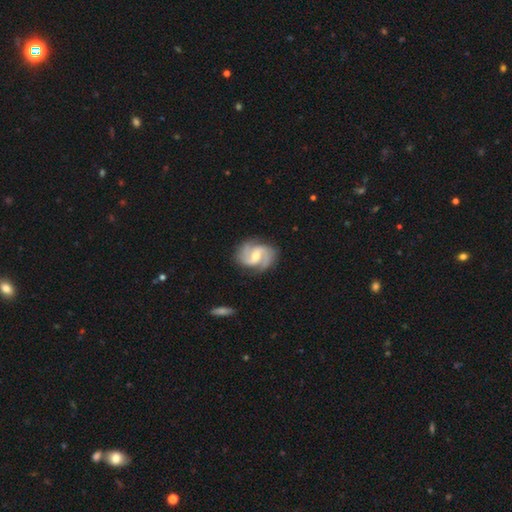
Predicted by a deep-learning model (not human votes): Smooth or featured?
  - featured or disk: 90% *
  - smooth: 6%
  - star or artifact: 4%
Edge-on disk?
  - no: 98% *
  - yes: 2%
Bar?
  - weak: 52% *
  - no: 25%
  - strong: 24%
Spiral arms?
  - yes: 98% *
  - no: 2%
Spiral winding?
  - medium: 55% *
  - tight: 24%
  - loose: 22%
Spiral arm count?
  - 2: 79% *
  - 3: 11%
  - can't tell: 4%
  - 1: 2%
  - 4: 2%
  - more than 4: 2%
Bulge size?
  - moderate: 61% *
  - small: 33%
  - large: 3%
  - none: 2%
  - dominant: 1%
Merging?
  - none: 79% *
  - minor disturbance: 15%
  - major disturbance: 4%
  - merger: 1%